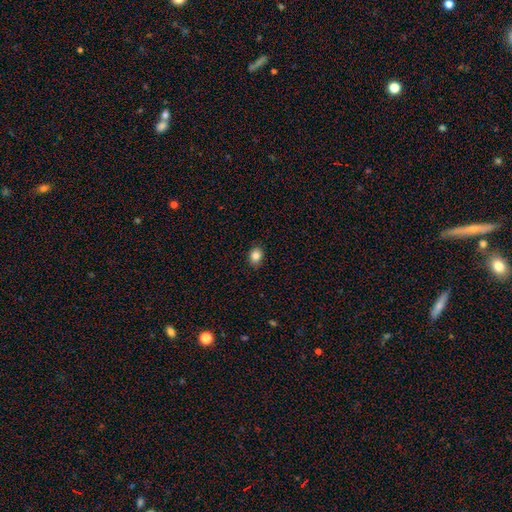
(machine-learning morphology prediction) Smooth or featured: smooth — 84% (star or artifact — 10%)
How rounded: in between — 55% (round — 44%)
Merging: none — 87% (minor disturbance — 10%)